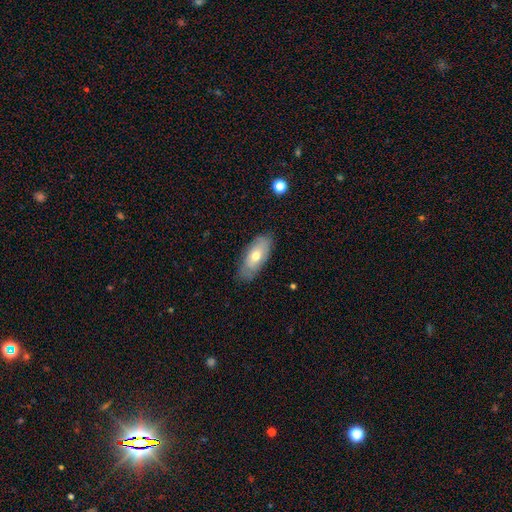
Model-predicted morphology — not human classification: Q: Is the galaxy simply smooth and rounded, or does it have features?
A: smooth — 60%.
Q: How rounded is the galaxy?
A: in between — 85%.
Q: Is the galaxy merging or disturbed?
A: none — 78%.